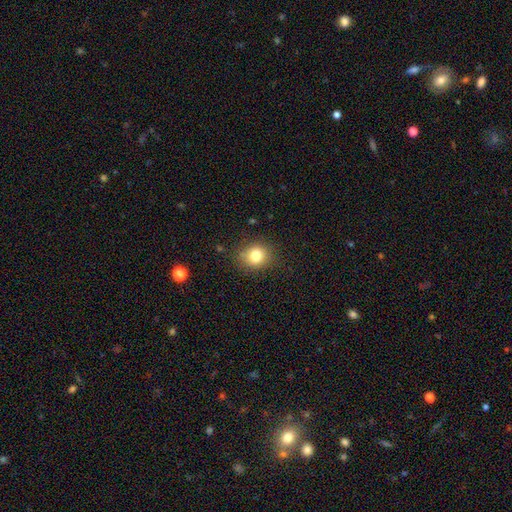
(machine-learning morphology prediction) Smooth or featured? Predicted: smooth (p=0.81). How rounded? Predicted: round (p=0.75). Merging? Predicted: none (p=0.83).